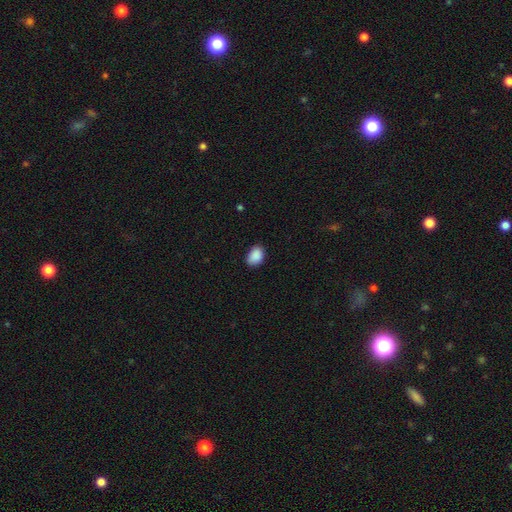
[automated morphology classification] A smooth galaxy with no disk features (89%) that is in between round and cigar-shaped (79%). Merging: none (78%).